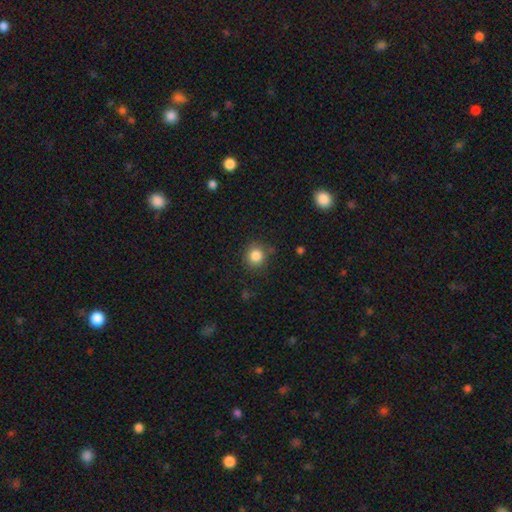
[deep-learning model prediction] smooth_or_featured: smooth (p=0.84) [alt: star or artifact p=0.11]
how_rounded: round (p=0.89) [alt: in between p=0.10]
merging: none (p=0.83) [alt: minor disturbance p=0.11]